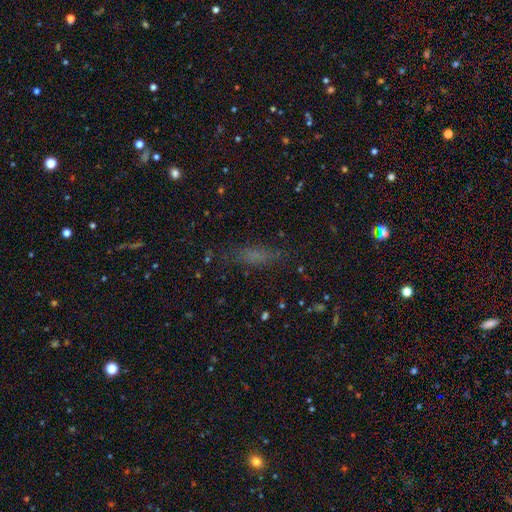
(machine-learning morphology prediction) A smooth galaxy with no disk features (60%) that is cigar-shaped (56%).

Vote fractions:
- Smooth or featured? smooth: 60% / star or artifact: 23% / featured or disk: 17%
- How rounded? cigar-shaped: 56% / in between: 40% / round: 4%
- Merging? none: 73% / minor disturbance: 17% / major disturbance: 8% / merger: 2%